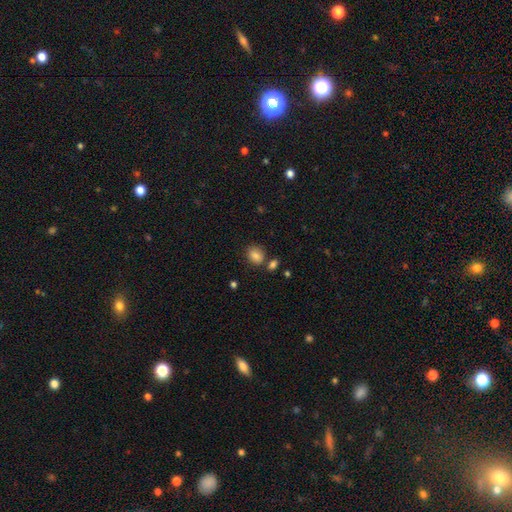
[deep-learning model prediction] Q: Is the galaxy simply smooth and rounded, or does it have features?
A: smooth — 85%.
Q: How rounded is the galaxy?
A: round — 51%.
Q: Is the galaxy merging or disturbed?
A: none — 72%.